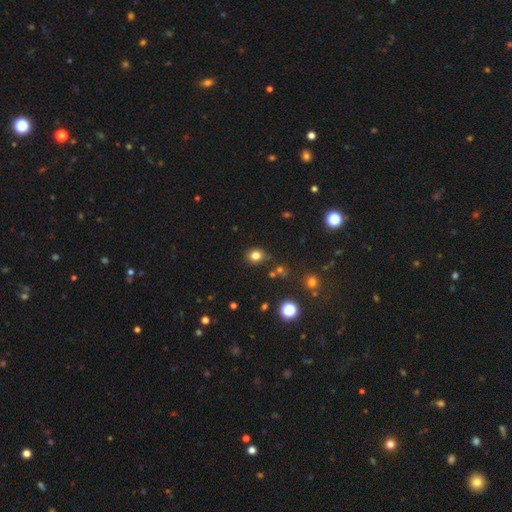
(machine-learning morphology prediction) A smooth galaxy with no disk features (79%) that is round (73%). Merging: none (81%).